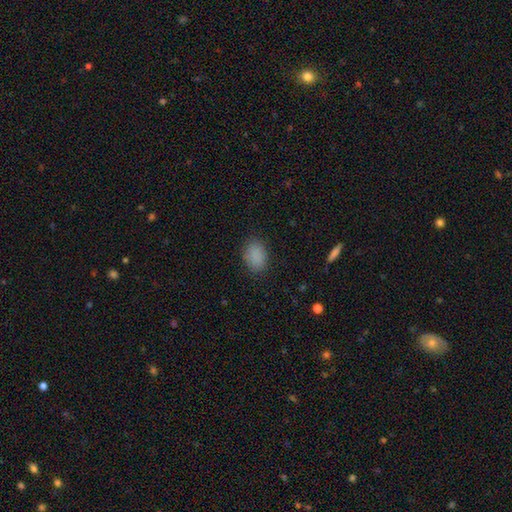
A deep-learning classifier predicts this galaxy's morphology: A smooth galaxy with no disk features (86%) that is in between round and cigar-shaped (74%).

Vote fractions:
- Smooth or featured? smooth: 86% / star or artifact: 10% / featured or disk: 4%
- How rounded? in between: 74% / round: 25% / cigar-shaped: 1%
- Merging? none: 85% / minor disturbance: 11% / major disturbance: 3% / merger: 1%